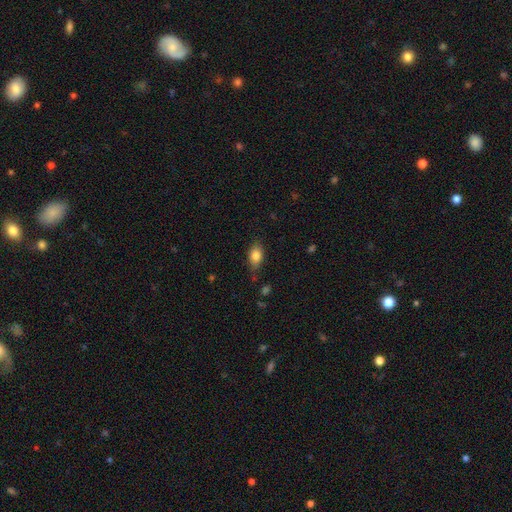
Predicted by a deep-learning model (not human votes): Smooth or featured: smooth — 82% (featured or disk — 10%)
How rounded: in between — 84% (round — 11%)
Merging: none — 75% (minor disturbance — 19%)